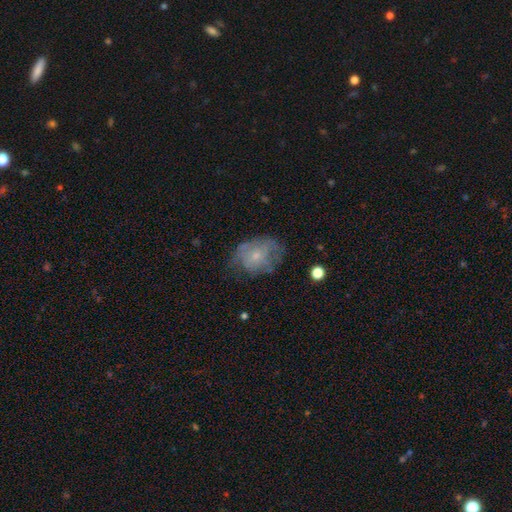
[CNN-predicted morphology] The model was most divided on "smooth or featured": featured or disk: 46%, smooth: 45%, star or artifact: 9%. Remaining: merging — none (48%).